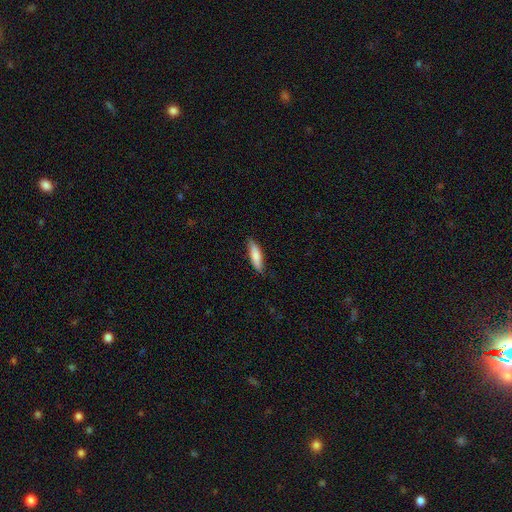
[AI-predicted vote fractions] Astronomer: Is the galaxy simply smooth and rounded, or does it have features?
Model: smooth — 81%.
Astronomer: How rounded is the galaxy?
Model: cigar-shaped — 62% (runner-up: in between, 37%).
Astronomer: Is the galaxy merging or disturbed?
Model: none — 80%.